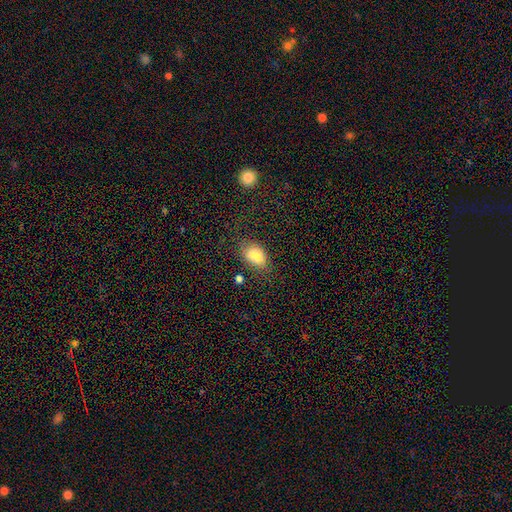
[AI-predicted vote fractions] A smooth galaxy with no disk features (73%) that is in between round and cigar-shaped (81%). Merging: none (51%).